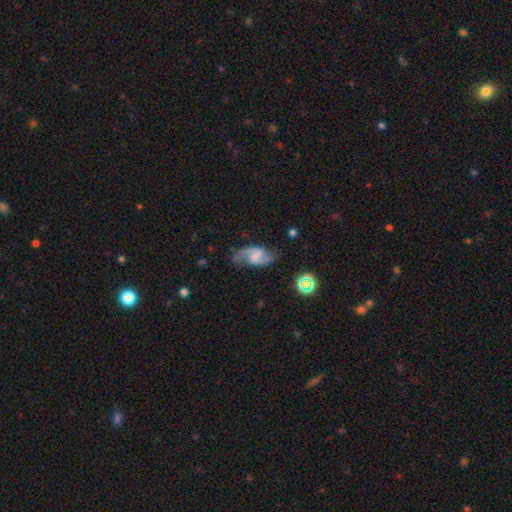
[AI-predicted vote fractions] Smooth or featured? featured or disk (83%)
Edge-on disk? no (97%)
Bar? weak (52%)
Spiral arms? yes (96%)
Spiral winding? loose (48%)
Spiral arm count? 2 (92%)
Bulge size? none (55%)
Merging? none (76%)